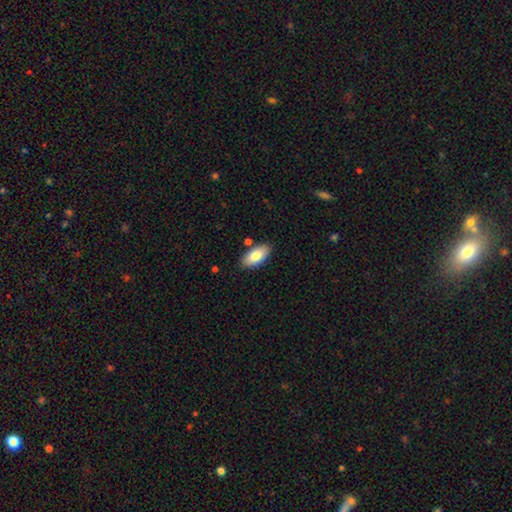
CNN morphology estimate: Smooth or featured? smooth (82%)
How rounded? in between (92%)
Merging? none (84%)